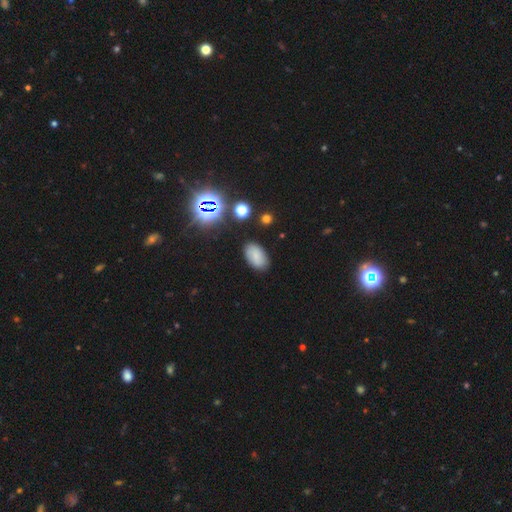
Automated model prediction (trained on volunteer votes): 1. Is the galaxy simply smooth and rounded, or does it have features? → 77% smooth, 13% star or artifact, 10% featured or disk.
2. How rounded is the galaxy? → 93% in between, 5% round, 2% cigar-shaped.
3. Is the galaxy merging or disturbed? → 85% none, 11% minor disturbance, 3% major disturbance, 2% merger.